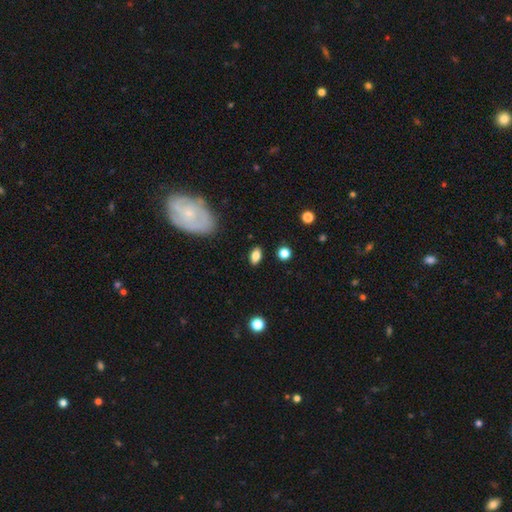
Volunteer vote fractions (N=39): smooth 74%, featured or disk 18%, star or artifact 8%. Down the decision tree: how rounded — in between (86%); merging — none (69%).